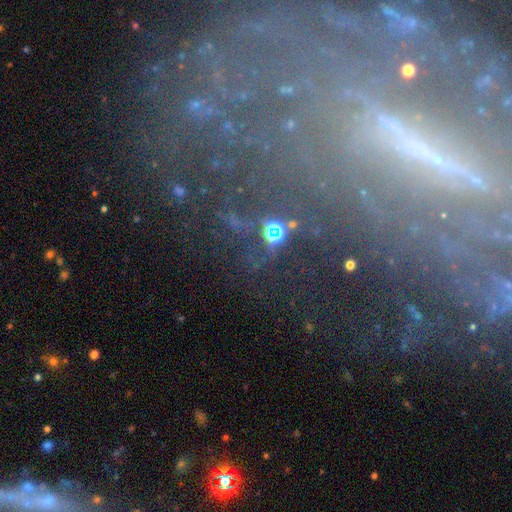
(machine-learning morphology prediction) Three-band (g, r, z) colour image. It shows a featured or disk galaxy (63%). Merging: none (66%).